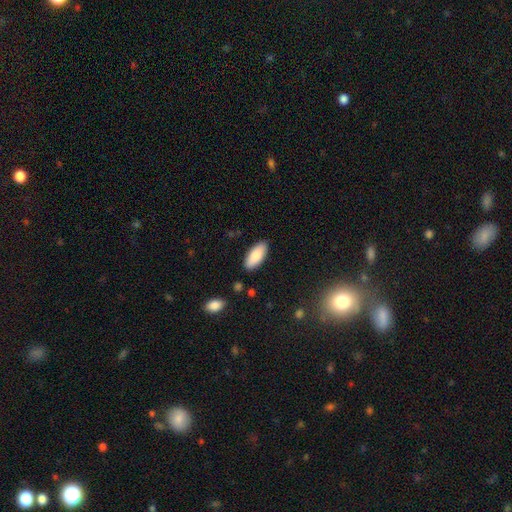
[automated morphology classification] type=smooth (86%); roundness=in between (86%); merging=none (87%).